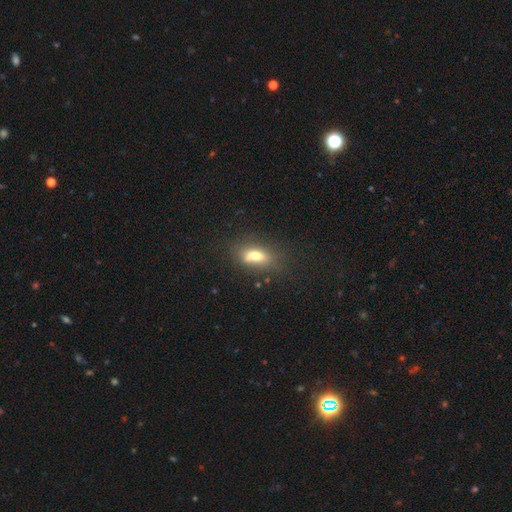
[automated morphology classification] smooth_or_featured: smooth (p=0.65) [alt: featured or disk p=0.24]
how_rounded: in between (p=0.78) [alt: round p=0.12]
merging: none (p=0.52) [alt: minor disturbance p=0.22]